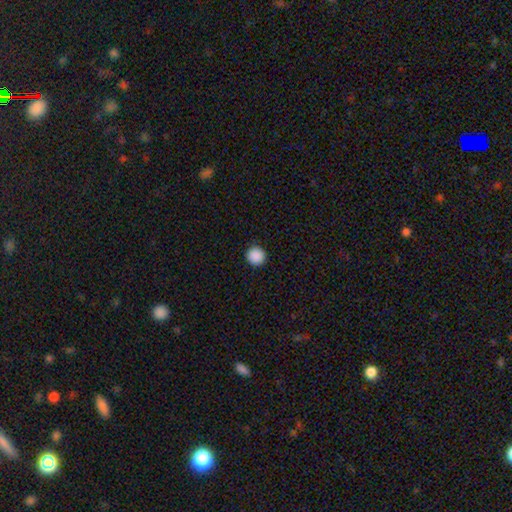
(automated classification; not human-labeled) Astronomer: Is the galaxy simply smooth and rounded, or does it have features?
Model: smooth — 89%.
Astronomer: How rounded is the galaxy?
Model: round — 95%.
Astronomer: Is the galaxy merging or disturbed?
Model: none — 93%.